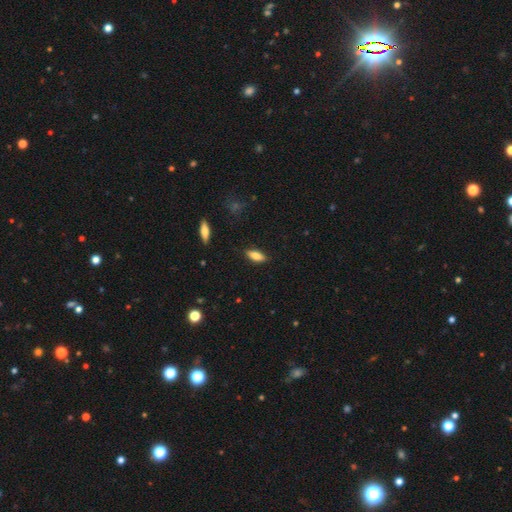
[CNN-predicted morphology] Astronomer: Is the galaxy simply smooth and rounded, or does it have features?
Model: smooth — 80%.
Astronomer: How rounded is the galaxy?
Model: in between — 73%.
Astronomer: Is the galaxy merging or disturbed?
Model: none — 86%.